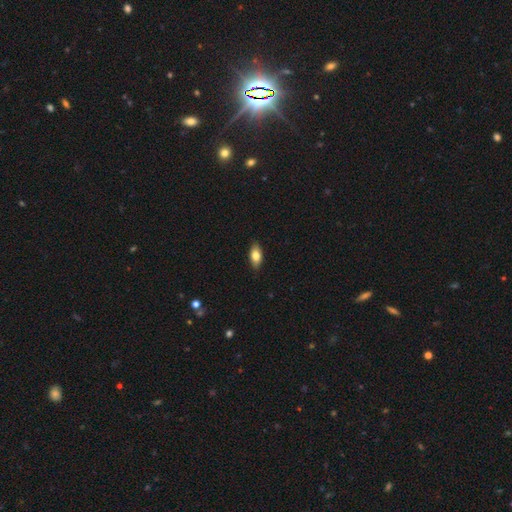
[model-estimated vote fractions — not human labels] Smooth or featured? smooth (79%)
How rounded? in between (88%)
Merging? none (88%)